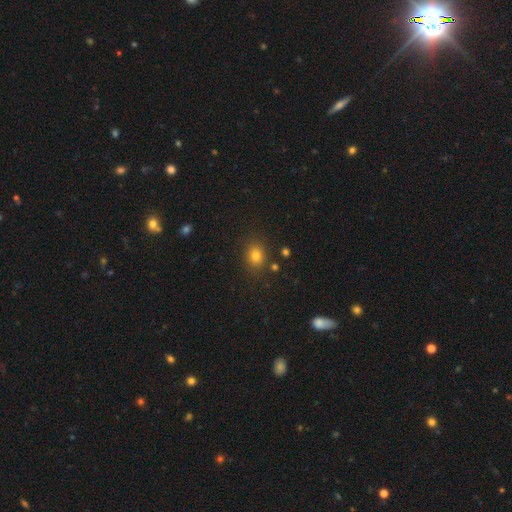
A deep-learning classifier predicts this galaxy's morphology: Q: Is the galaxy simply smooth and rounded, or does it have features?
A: smooth — 79%.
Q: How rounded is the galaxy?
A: round — 59%.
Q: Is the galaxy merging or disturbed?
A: none — 83%.